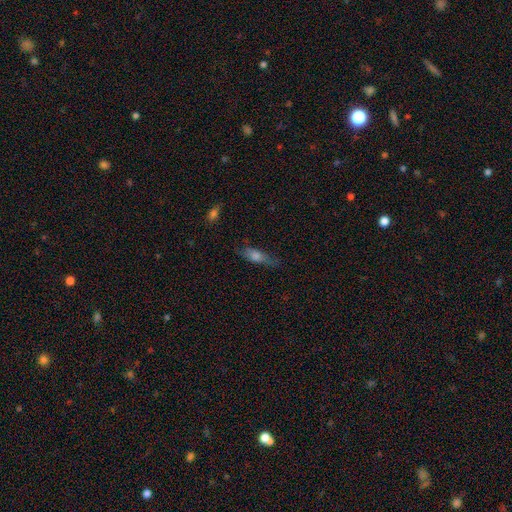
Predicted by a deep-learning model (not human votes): smooth 62%, featured or disk 28%, star or artifact 10%. Down the decision tree: how rounded — cigar-shaped (52%); merging — none (65%).